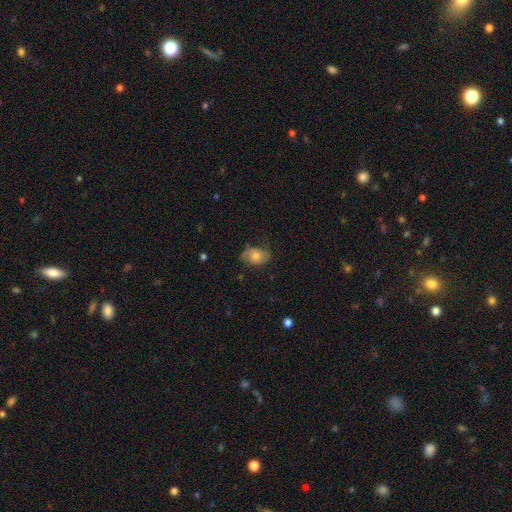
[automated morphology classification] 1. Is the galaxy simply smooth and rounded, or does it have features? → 54% smooth, 38% featured or disk, 9% star or artifact.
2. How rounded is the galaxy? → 78% in between, 20% round, 1% cigar-shaped.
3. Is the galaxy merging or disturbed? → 62% none, 27% minor disturbance, 10% major disturbance, 1% merger.